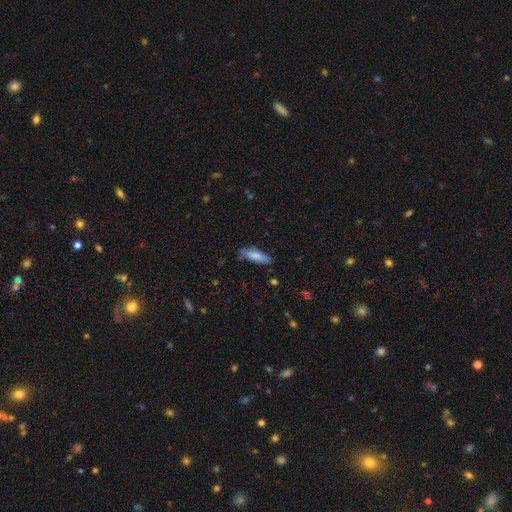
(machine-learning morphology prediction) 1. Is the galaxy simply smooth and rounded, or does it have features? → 80% smooth, 14% featured or disk, 6% star or artifact.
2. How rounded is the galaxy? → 49% cigar-shaped (tied), 49% in between (tied), 1% round.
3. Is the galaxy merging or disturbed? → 76% none, 18% minor disturbance, 3% major disturbance, 2% merger.